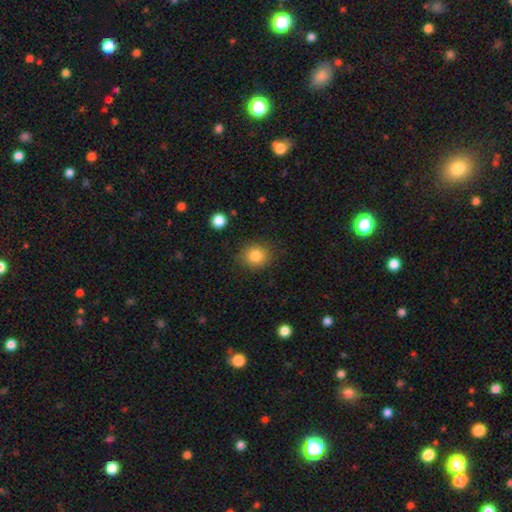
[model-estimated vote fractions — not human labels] smooth_or_featured: smooth (p=0.83) [alt: star or artifact p=0.11]
how_rounded: round (p=0.83) [alt: in between p=0.16]
merging: none (p=0.86) [alt: minor disturbance p=0.10]